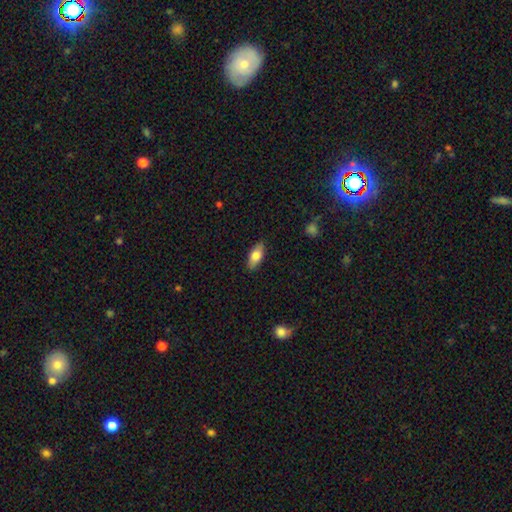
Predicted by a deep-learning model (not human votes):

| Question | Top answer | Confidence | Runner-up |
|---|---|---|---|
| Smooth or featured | smooth | 77% | featured or disk (17%) |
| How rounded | in between | 86% | cigar-shaped (12%) |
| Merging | none | 87% | minor disturbance (10%) |